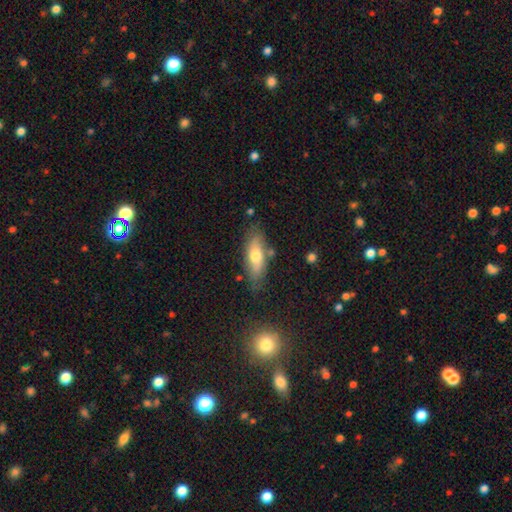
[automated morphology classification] The model was most divided on "smooth or featured": smooth: 64%, featured or disk: 28%, star or artifact: 7%. More confident: merging — none (75%); how rounded — in between (70%).